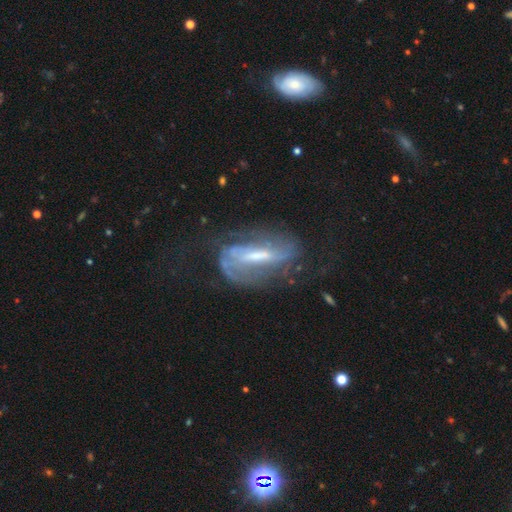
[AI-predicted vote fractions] This appears to be a featured or disk galaxy (80%) with a strong bar (59%), 2 (65%) medium (43%) spiral arms (85%) and a moderate central bulge (41%). Merging: none (53%).